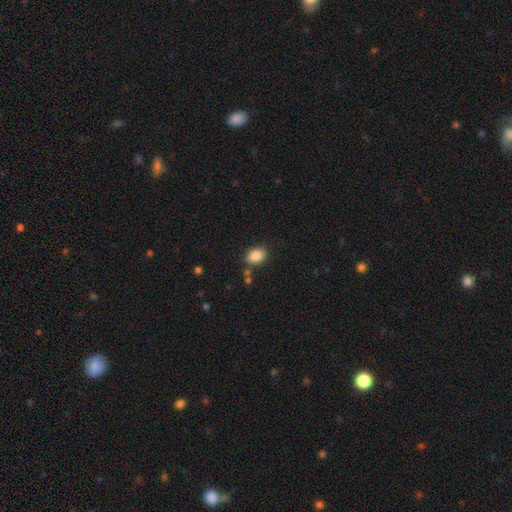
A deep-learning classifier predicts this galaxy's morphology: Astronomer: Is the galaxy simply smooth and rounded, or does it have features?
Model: smooth — 87%.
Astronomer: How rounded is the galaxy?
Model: in between — 70%.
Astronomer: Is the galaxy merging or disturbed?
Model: none — 82%.